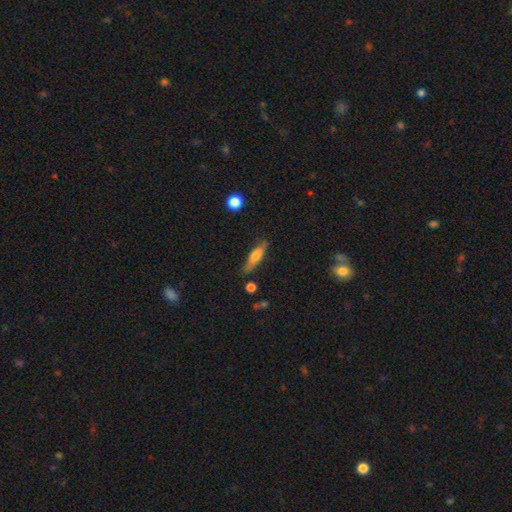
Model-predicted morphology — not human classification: A smooth galaxy with no disk features (58%) that is cigar-shaped (67%). Merging: none (75%).